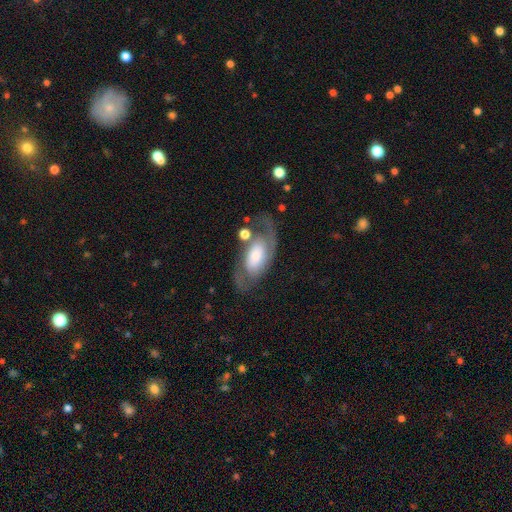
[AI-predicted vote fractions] Smooth or featured? Predicted: featured or disk (p=0.62). Edge-on disk? Predicted: no (p=0.92). Bar? Predicted: no (p=0.67). Spiral arms? Predicted: yes (p=0.80). Bulge size? Predicted: small (p=0.35). Merging? Predicted: none (p=0.53).